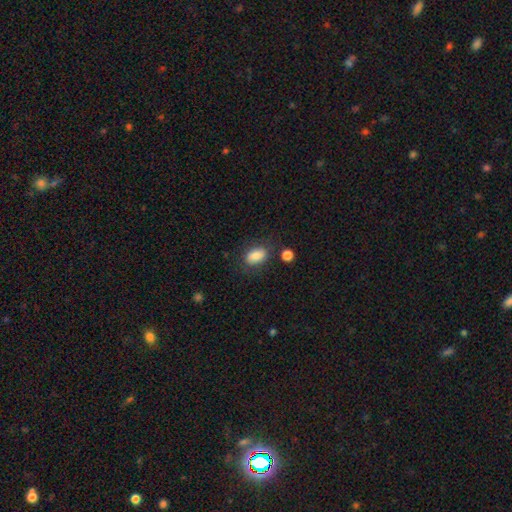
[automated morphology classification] smooth_or_featured: smooth (p=0.84) [alt: star or artifact p=0.08]
how_rounded: in between (p=0.85) [alt: round p=0.13]
merging: none (p=0.74) [alt: minor disturbance p=0.15]